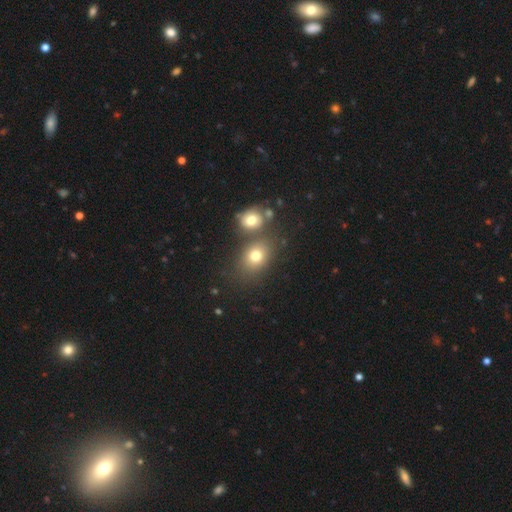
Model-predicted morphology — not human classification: smooth-or-featured: smooth: 75% | star or artifact: 13% | featured or disk: 12%
  how-rounded: in between: 53% | round: 46% | cigar-shaped: 1%
  merging: none: 61% | merger: 24% | minor disturbance: 11% | major disturbance: 4%